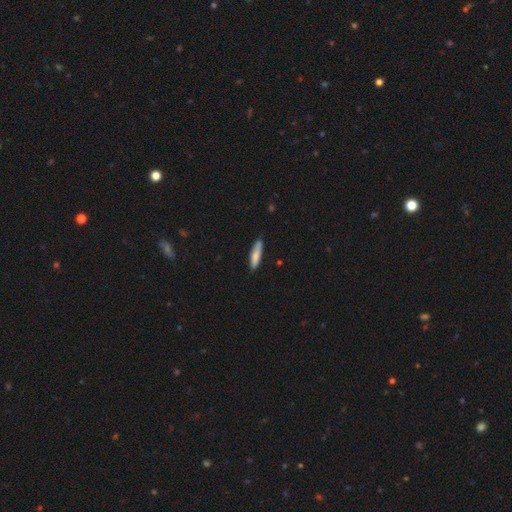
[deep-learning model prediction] Morphology: type=smooth (80%); roundness=cigar-shaped (79%); merging=none (83%).